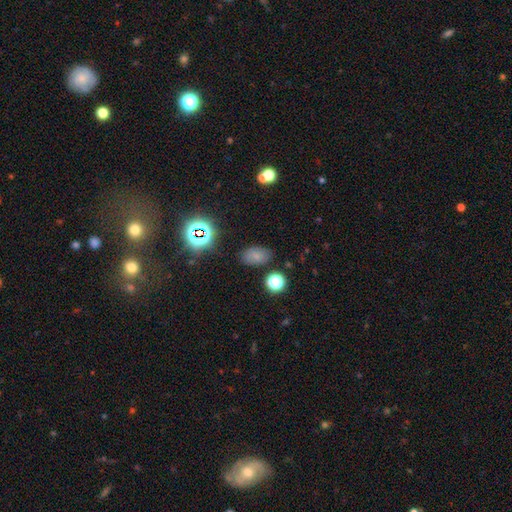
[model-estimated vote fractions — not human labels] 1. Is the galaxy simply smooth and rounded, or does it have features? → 70% smooth, 19% star or artifact, 11% featured or disk.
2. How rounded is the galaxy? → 85% in between, 14% round, 1% cigar-shaped.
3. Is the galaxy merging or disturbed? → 80% none, 14% minor disturbance, 4% major disturbance, 3% merger.